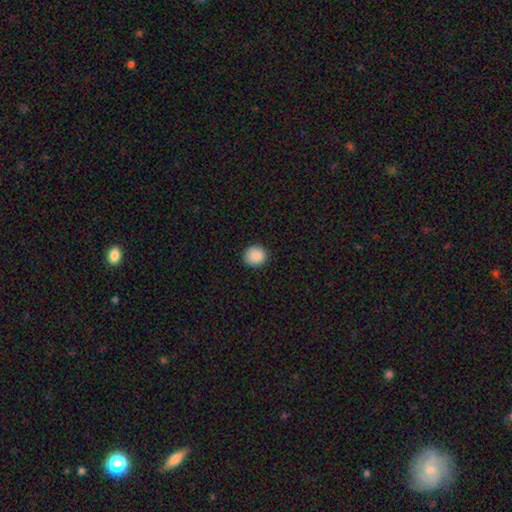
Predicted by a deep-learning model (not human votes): Smooth or featured: smooth — 89% (star or artifact — 8%)
How rounded: round — 89% (in between — 10%)
Merging: none — 91% (minor disturbance — 6%)